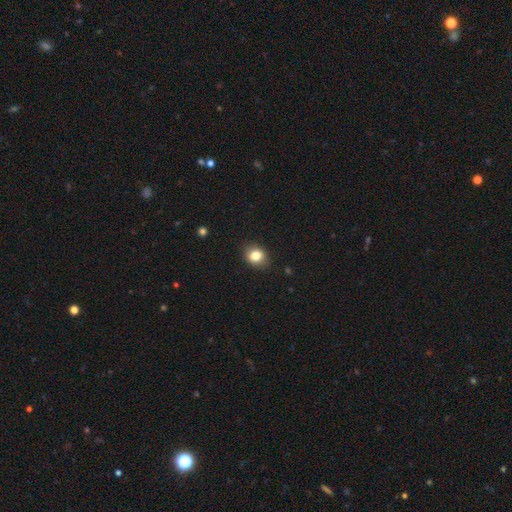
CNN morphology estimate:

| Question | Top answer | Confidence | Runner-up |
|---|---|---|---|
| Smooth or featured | smooth | 82% | star or artifact (10%) |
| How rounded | round | 61% | in between (39%) |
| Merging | none | 86% | minor disturbance (11%) |